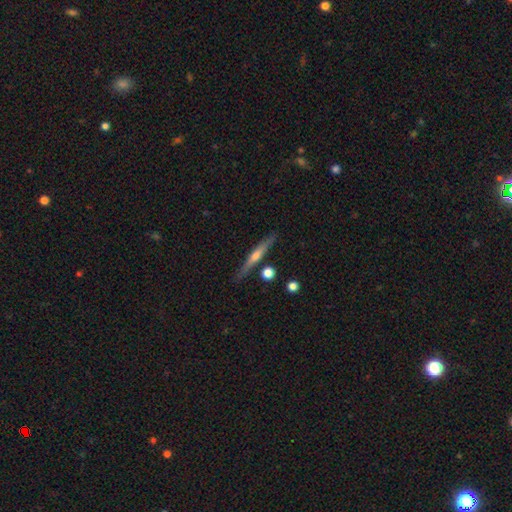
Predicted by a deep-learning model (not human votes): smooth-or-featured: featured or disk: 64% | smooth: 29% | star or artifact: 7%
  disk-edge-on: yes: 96% | no: 4%
    edge-on-bulge: rounded: 76% | none: 18% | boxy: 6%
  merging: none: 85% | minor disturbance: 9% | merger: 4% | major disturbance: 2%